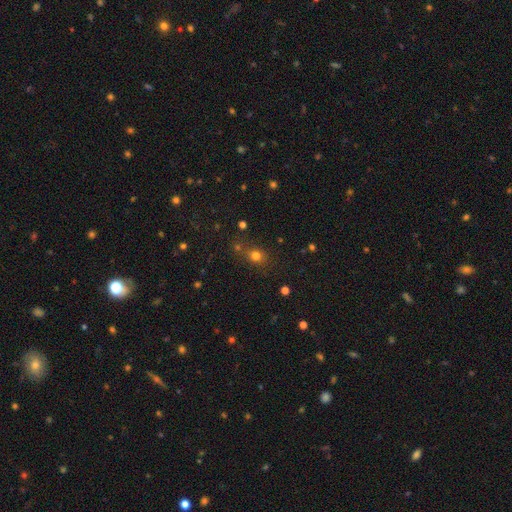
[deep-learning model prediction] A smooth galaxy with no disk features (72%) that is round (74%).

Vote fractions:
- Smooth or featured? smooth: 72% / star or artifact: 20% / featured or disk: 8%
- How rounded? round: 74% / in between: 25% / cigar-shaped: 1%
- Merging? none: 71% / minor disturbance: 12% / merger: 11% / major disturbance: 5%